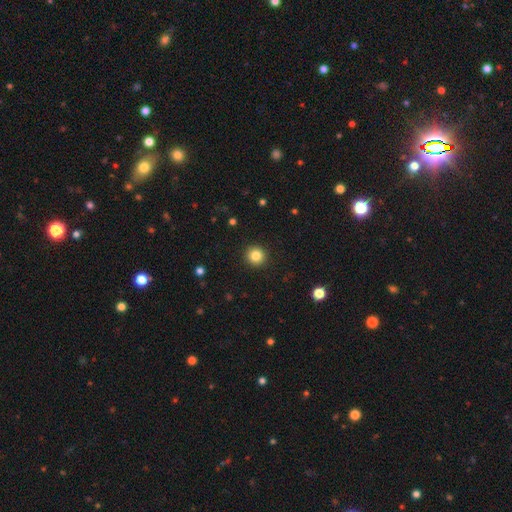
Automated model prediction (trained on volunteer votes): Q: Smooth or featured?
A: smooth (84%); runner-up: star or artifact (11%)
Q: How rounded?
A: round (95%); runner-up: in between (4%)
Q: Merging?
A: none (93%); runner-up: minor disturbance (4%)